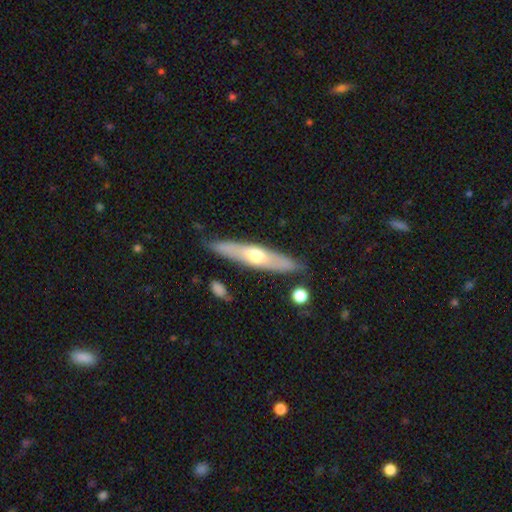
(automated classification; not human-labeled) featured or disk 53%, smooth 42%, star or artifact 5%. Down the decision tree: edge-on disk — yes (77%); merging — none (84%).